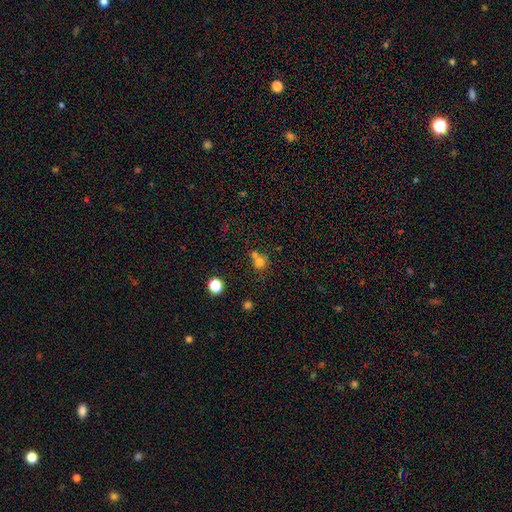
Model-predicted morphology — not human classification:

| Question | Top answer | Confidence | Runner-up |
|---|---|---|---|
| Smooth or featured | smooth | 67% | star or artifact (22%) |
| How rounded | round | 83% | in between (16%) |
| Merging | none | 48% | merger (39%) |